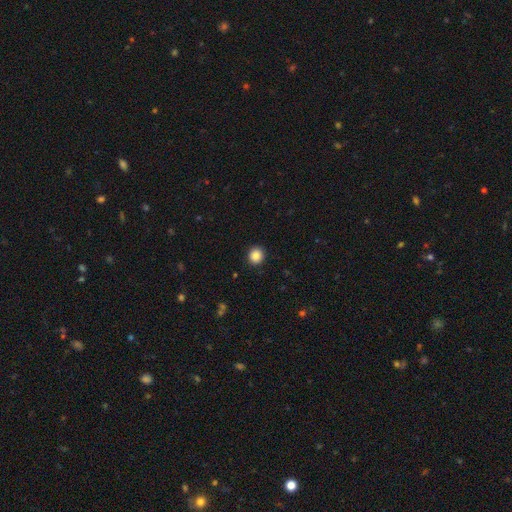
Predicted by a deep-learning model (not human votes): A smooth galaxy with no disk features (87%) that is round (88%). Merging: none (92%).